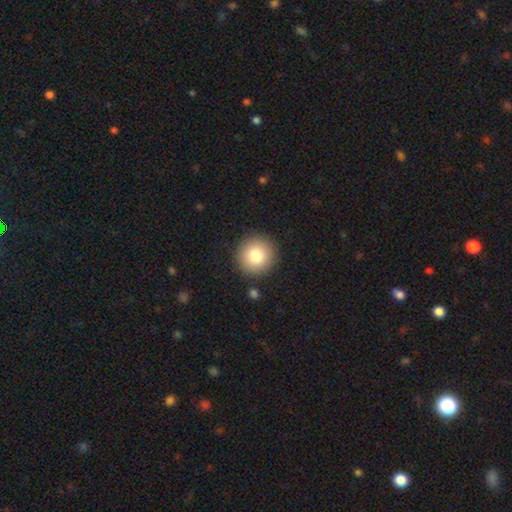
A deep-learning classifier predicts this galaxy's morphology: smooth 81%, featured or disk 9%, star or artifact 9%. Down the decision tree: how rounded — round (95%); merging — none (90%).